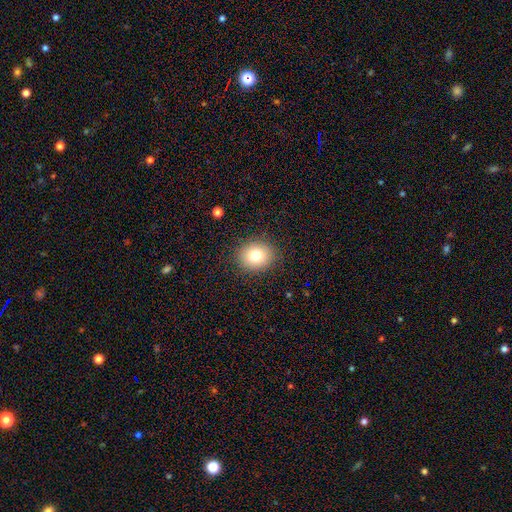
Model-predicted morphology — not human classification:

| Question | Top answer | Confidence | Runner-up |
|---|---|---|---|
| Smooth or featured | smooth | 78% | star or artifact (11%) |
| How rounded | round | 68% | in between (31%) |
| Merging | none | 88% | minor disturbance (8%) |